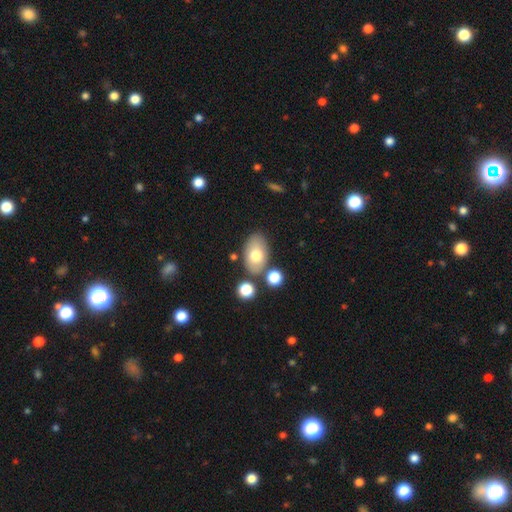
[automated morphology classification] A smooth galaxy with no disk features (71%) that is in between round and cigar-shaped (90%). Merging: none (72%).